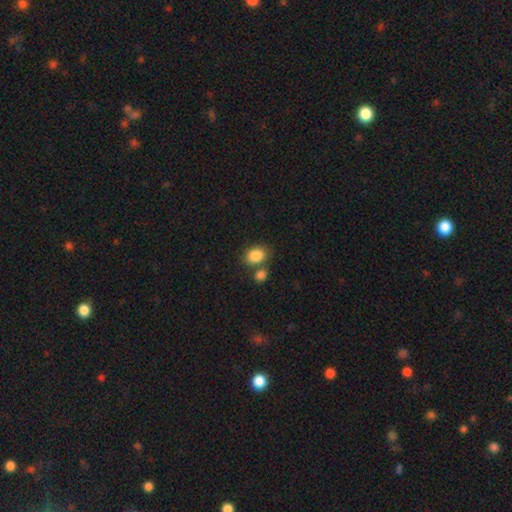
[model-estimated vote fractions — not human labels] A smooth galaxy with no disk features (86%) that is in between round and cigar-shaped (68%). Merging: none (60%).